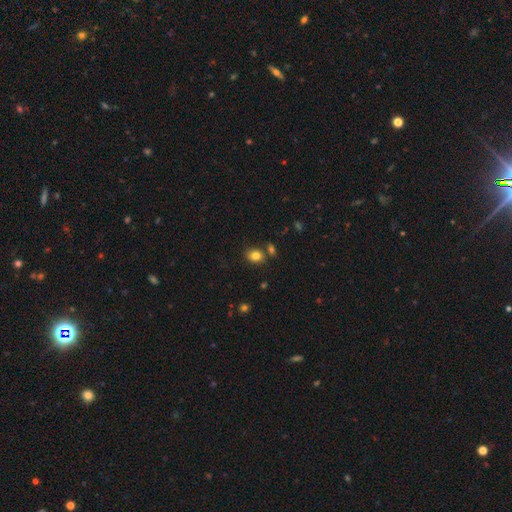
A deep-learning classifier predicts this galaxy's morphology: A smooth galaxy with no disk features (82%) that is in between round and cigar-shaped (53%).

Vote fractions:
- Smooth or featured? smooth: 82% / star or artifact: 11% / featured or disk: 7%
- How rounded? in between: 53% / round: 46% / cigar-shaped: 1%
- Merging? none: 74% / minor disturbance: 12% / merger: 11% / major disturbance: 3%